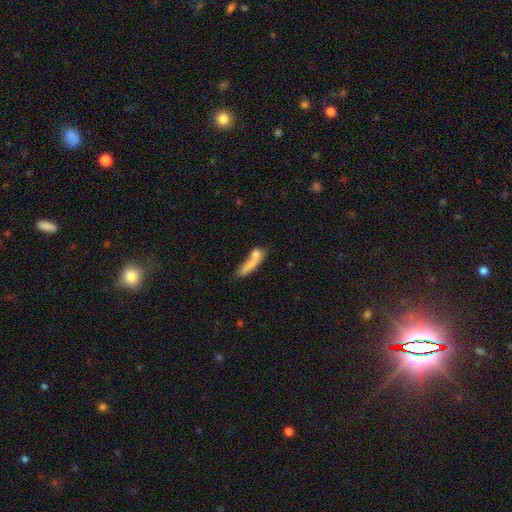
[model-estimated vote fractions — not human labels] Smooth or featured? Predicted: smooth (p=0.70). How rounded? Predicted: cigar-shaped (p=0.66). Merging? Predicted: merger (p=0.40).